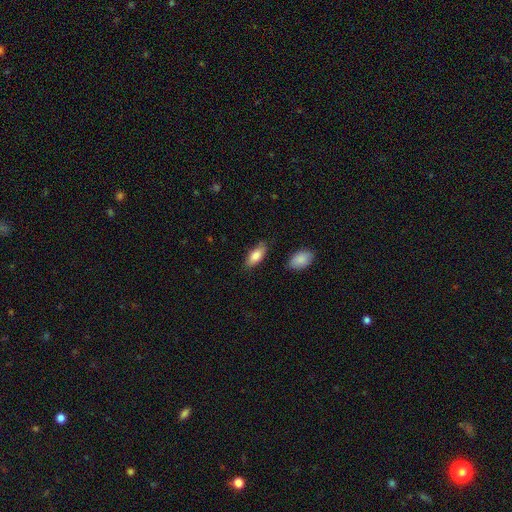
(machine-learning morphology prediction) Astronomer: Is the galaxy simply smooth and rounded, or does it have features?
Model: smooth — 83%.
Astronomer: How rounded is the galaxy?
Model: in between — 85%.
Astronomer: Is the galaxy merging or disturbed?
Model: none — 79%.